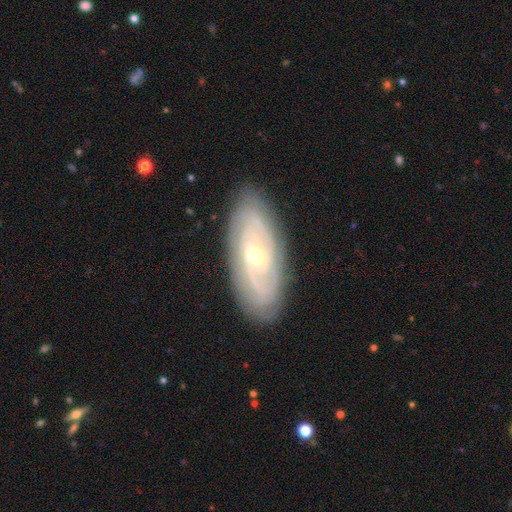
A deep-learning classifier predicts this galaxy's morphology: Q: Smooth or featured?
A: featured or disk (80%); runner-up: smooth (14%)
Q: Edge-on disk?
A: no (90%); runner-up: yes (10%)
Q: Bar?
A: no (60%); runner-up: weak (30%)
Q: Spiral arms?
A: yes (88%); runner-up: no (12%)
Q: Spiral winding?
A: tight (74%); runner-up: medium (21%)
Q: Spiral arm count?
A: can't tell (48%); runner-up: 2 (23%)
Q: Bulge size?
A: small (59%); runner-up: moderate (38%)
Q: Merging?
A: none (85%); runner-up: minor disturbance (11%)